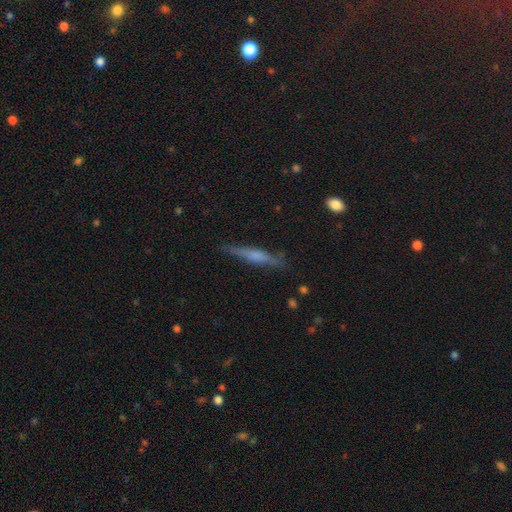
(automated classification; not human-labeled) featured or disk 52%, smooth 41%, star or artifact 7%. Down the decision tree: edge-on disk — yes (95%); merging — none (82%).